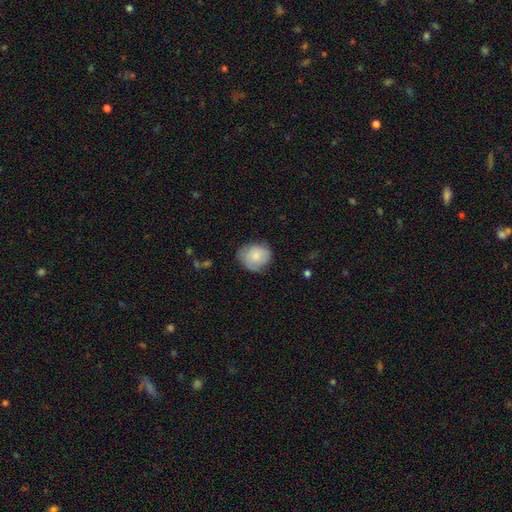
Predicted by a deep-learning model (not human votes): The model was most divided on "merging": none: 64%, minor disturbance: 28%, major disturbance: 7%, merger: 1%. More confident: smooth or featured — smooth (74%); how rounded — round (69%).